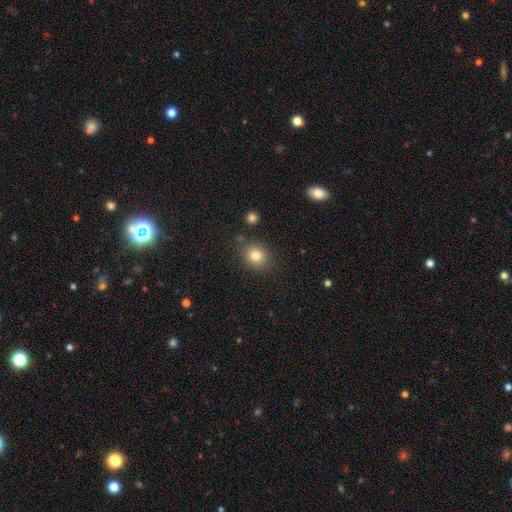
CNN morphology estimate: Overall: smooth (81%). How rounded: round (68%; in between 32%). Merging: none (82%).